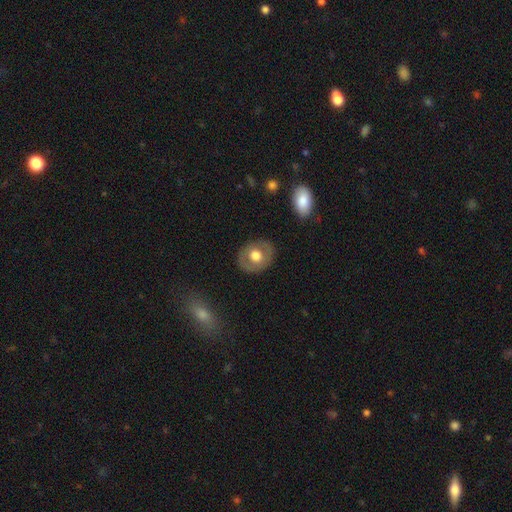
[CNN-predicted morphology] The model was most divided on "smooth or featured": smooth: 56%, featured or disk: 37%, star or artifact: 7%. More confident: merging — none (84%); how rounded — round (64%).